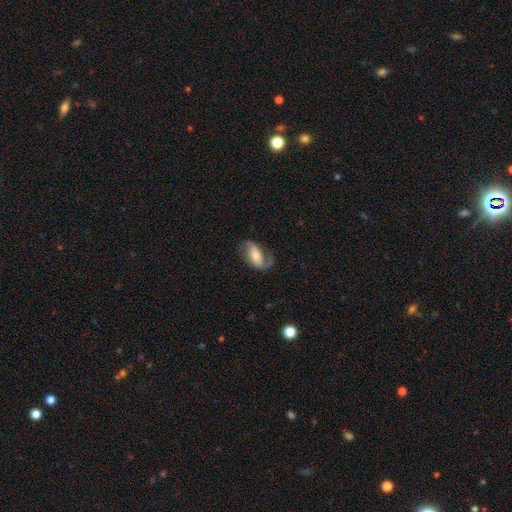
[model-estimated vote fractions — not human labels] This appears to be a featured or disk galaxy (69%) with no bar (36%), 2 (80%) loose (48%) spiral arms (90%) and a moderate central bulge (51%). Merging: none (63%).